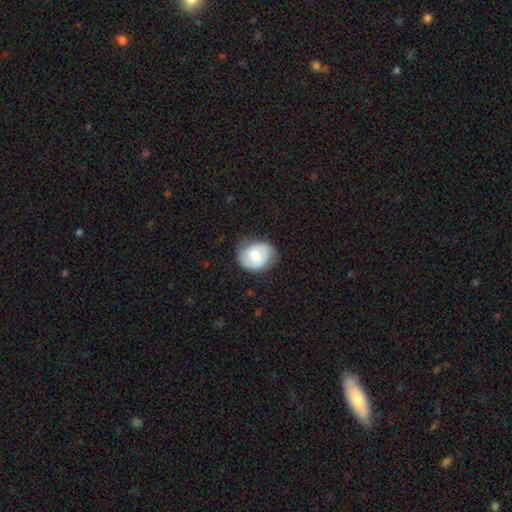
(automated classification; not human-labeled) Smooth or featured? smooth (55%)
How rounded? round (63%)
Merging? none (67%)